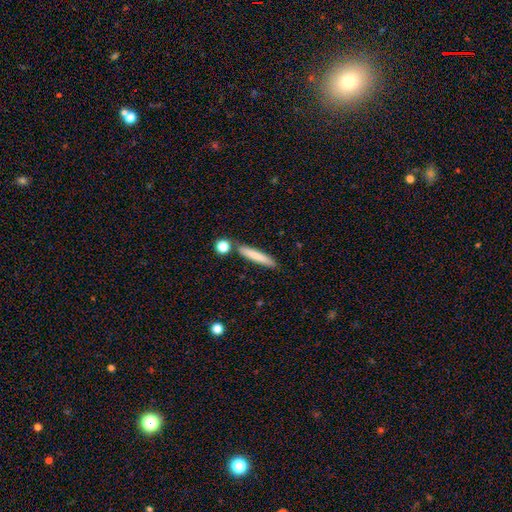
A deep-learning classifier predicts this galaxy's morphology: smooth_or_featured: smooth (p=0.75) [alt: featured or disk p=0.19]
how_rounded: cigar-shaped (p=0.93) [alt: in between p=0.06]
merging: none (p=0.82) [alt: minor disturbance p=0.10]